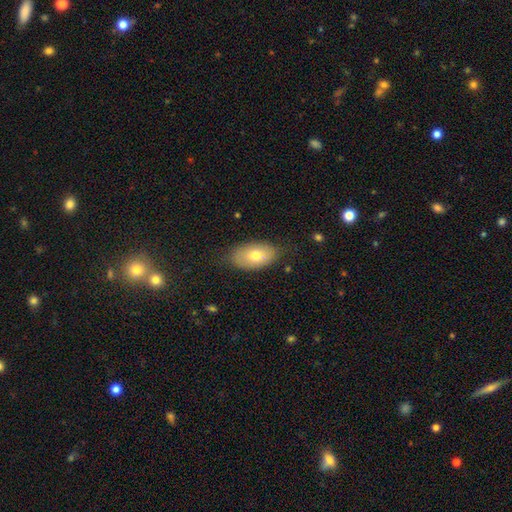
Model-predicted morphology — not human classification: Smooth or featured?
  - smooth: 74% *
  - featured or disk: 19%
  - star or artifact: 7%
How rounded?
  - in between: 92% *
  - round: 6%
  - cigar-shaped: 2%
Merging?
  - none: 75% *
  - minor disturbance: 19%
  - major disturbance: 5%
  - merger: 1%